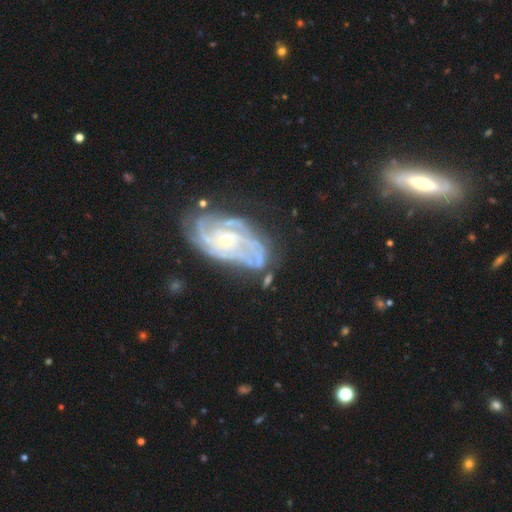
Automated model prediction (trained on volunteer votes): Smooth or featured? featured or disk (84%)
Edge-on disk? no (96%)
Bar? no (73%)
Spiral arms? yes (92%)
Spiral winding? tight (51%)
Spiral arm count? can't tell (29%)
Bulge size? small (69%)
Merging? none (51%)